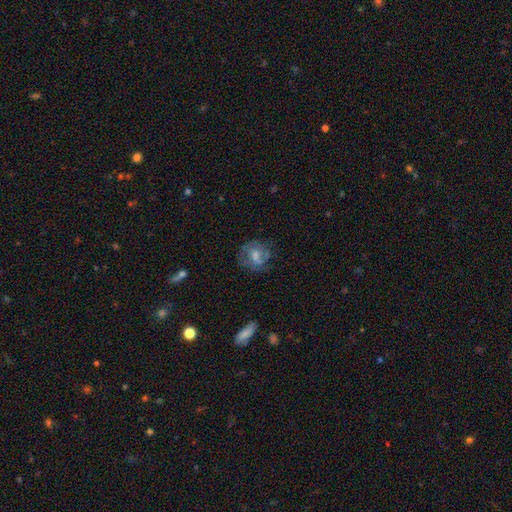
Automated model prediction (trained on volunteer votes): smooth_or_featured: smooth (p=0.47) [alt: featured or disk p=0.43]
merging: none (p=0.56) [alt: minor disturbance p=0.23]